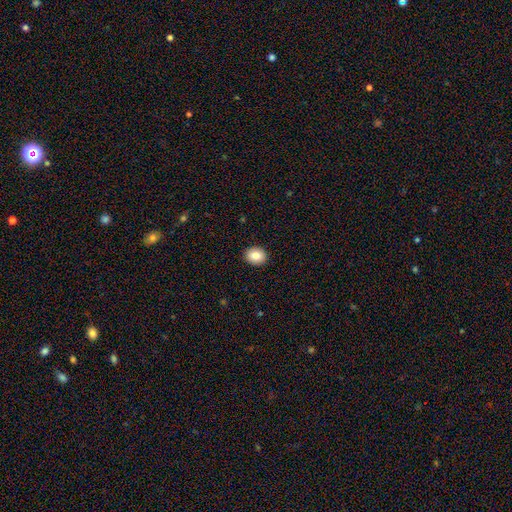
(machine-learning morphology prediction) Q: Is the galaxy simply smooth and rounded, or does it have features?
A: smooth — 85%.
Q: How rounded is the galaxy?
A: round — 65%.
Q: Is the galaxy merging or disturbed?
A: none — 92%.